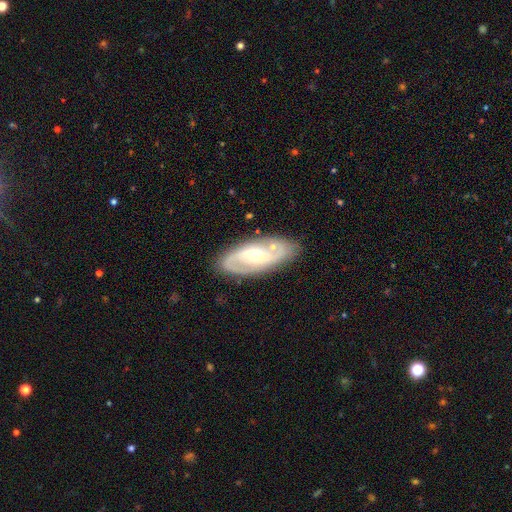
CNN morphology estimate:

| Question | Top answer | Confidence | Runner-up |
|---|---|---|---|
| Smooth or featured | featured or disk | 79% | smooth (15%) |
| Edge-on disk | no | 92% | yes (8%) |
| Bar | no | 45% | weak (39%) |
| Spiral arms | yes | 88% | no (12%) |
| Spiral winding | medium | 46% | loose (29%) |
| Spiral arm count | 2 | 82% | can't tell (9%) |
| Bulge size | moderate | 55% | small (40%) |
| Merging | none | 81% | minor disturbance (12%) |